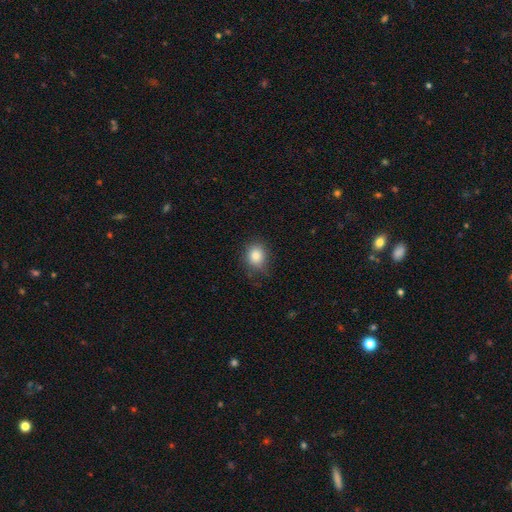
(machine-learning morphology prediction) A smooth galaxy with no disk features (83%) that is round (66%). Merging: none (75%).